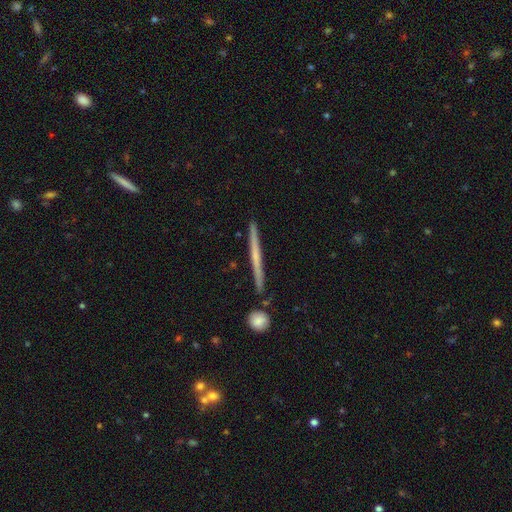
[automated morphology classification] smooth_or_featured: featured or disk (p=0.57) [alt: smooth p=0.37]
disk_edge_on: yes (p=0.97) [alt: no p=0.03]
edge_on_bulge: none (p=0.79) [alt: rounded p=0.17]
merging: none (p=0.89) [alt: minor disturbance p=0.07]